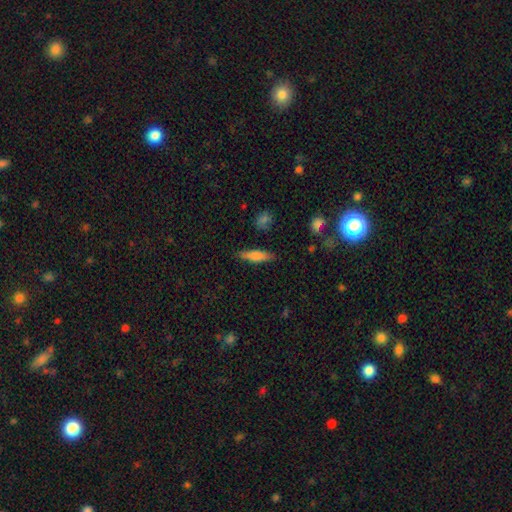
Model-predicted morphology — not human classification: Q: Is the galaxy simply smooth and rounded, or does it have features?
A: smooth — 69%.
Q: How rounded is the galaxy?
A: cigar-shaped — 69%.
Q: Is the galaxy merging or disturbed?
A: none — 84%.